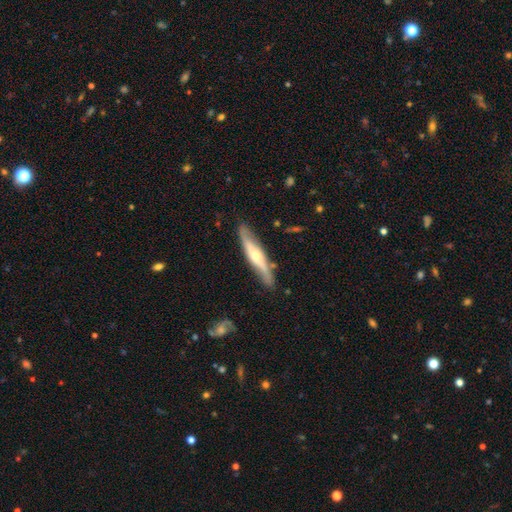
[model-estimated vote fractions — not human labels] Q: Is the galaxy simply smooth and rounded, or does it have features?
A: featured or disk — 63%.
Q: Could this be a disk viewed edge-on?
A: yes — 74%.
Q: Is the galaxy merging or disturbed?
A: none — 81%.